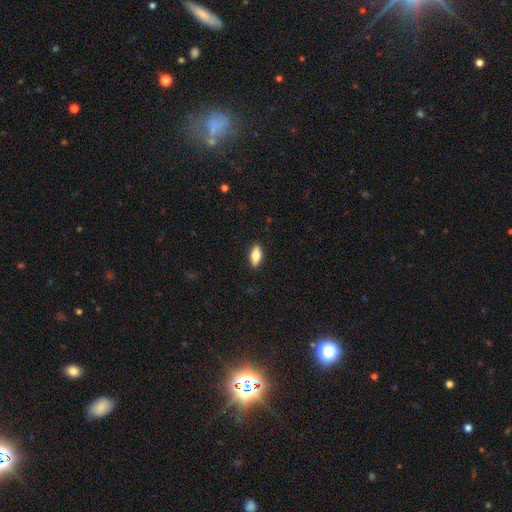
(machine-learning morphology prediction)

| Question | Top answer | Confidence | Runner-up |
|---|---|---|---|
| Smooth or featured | smooth | 72% | featured or disk (21%) |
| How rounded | in between | 85% | cigar-shaped (12%) |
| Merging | none | 89% | minor disturbance (8%) |